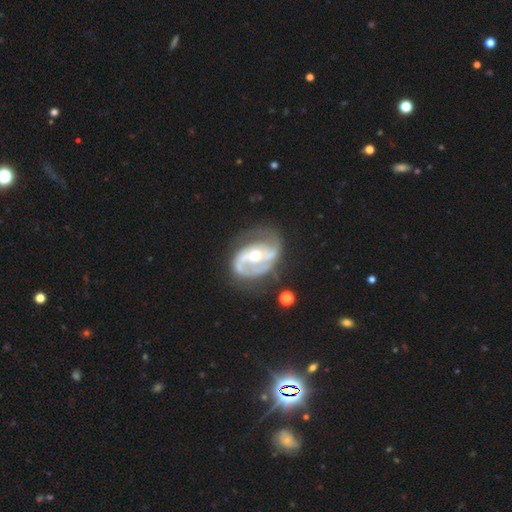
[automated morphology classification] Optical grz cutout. It shows a featured or disk galaxy (88%) with no bar (41%), 2 (77%) medium (50%) spiral arms (94%) and a moderate central bulge (62%). Merging: none (60%).